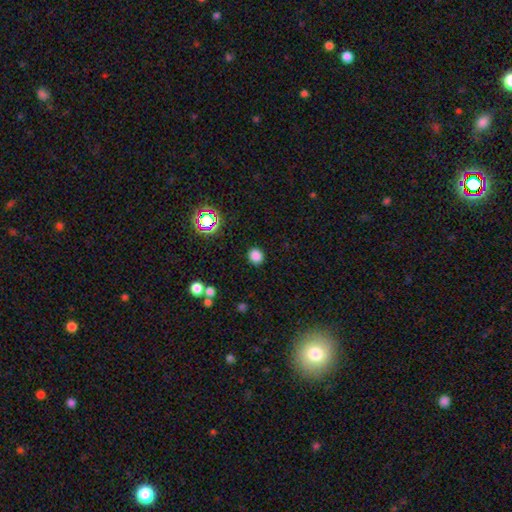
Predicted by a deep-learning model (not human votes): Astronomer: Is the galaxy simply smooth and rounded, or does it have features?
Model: smooth — 80%.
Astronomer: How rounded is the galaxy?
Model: round — 77%.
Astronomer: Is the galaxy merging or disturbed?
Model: none — 89%.